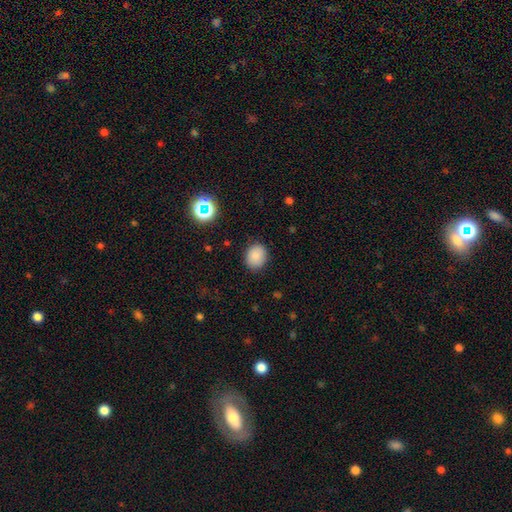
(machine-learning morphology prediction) A smooth galaxy with no disk features (85%) that is round (60%). Merging: none (86%).